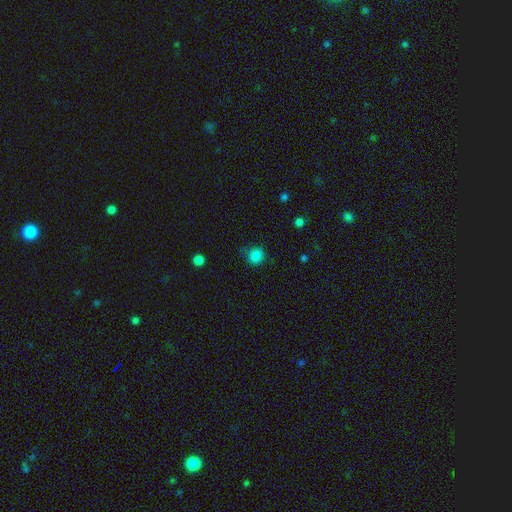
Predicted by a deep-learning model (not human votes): Smooth or featured? smooth (85%)
How rounded? round (89%)
Merging? none (79%)